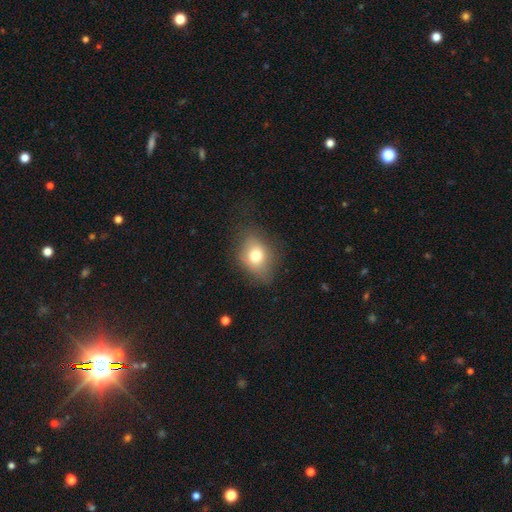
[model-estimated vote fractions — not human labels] smooth-or-featured: smooth: 73% | featured or disk: 15% | star or artifact: 11%
  how-rounded: in between: 57% | round: 42% | cigar-shaped: 1%
  merging: none: 67% | minor disturbance: 22% | major disturbance: 9% | merger: 1%